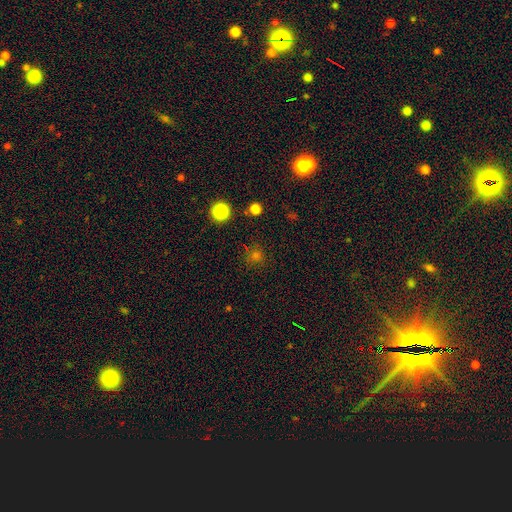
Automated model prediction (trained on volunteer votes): Smooth or featured? Predicted: smooth (p=0.62). How rounded? Predicted: round (p=0.93). Merging? Predicted: none (p=0.85).